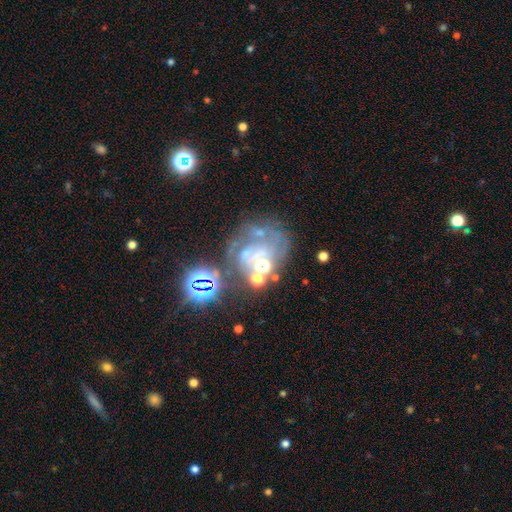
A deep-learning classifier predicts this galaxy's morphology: smooth-or-featured: featured or disk: 49% | star or artifact: 32% | smooth: 19%
  merging: none: 43% | major disturbance: 24% | minor disturbance: 18% | merger: 14%